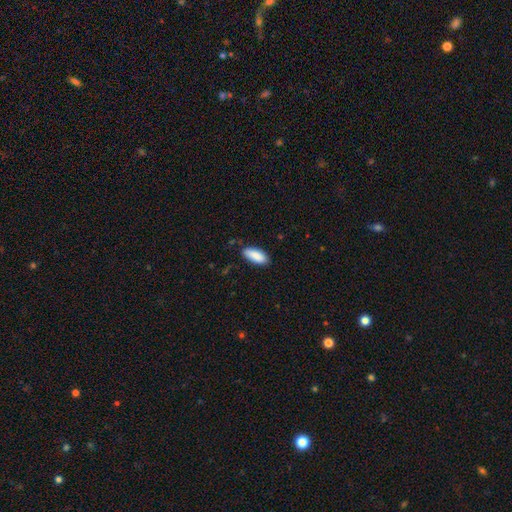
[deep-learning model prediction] Q: Smooth or featured?
A: smooth (89%); runner-up: star or artifact (6%)
Q: How rounded?
A: in between (82%); runner-up: cigar-shaped (16%)
Q: Merging?
A: none (83%); runner-up: minor disturbance (13%)